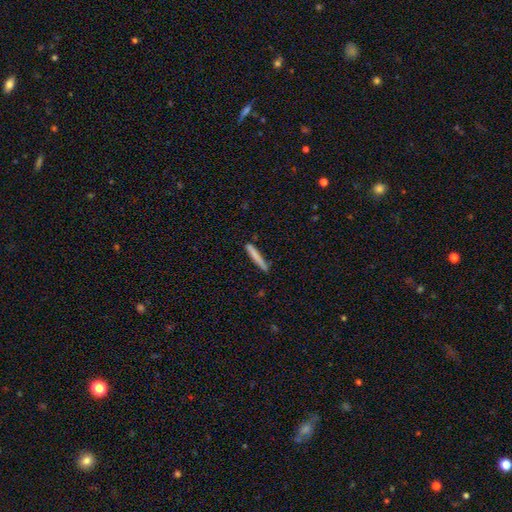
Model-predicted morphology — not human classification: This is likely a smooth galaxy (76%). How rounded: clearly cigar-shaped (96%). Merging: clearly none (83%).